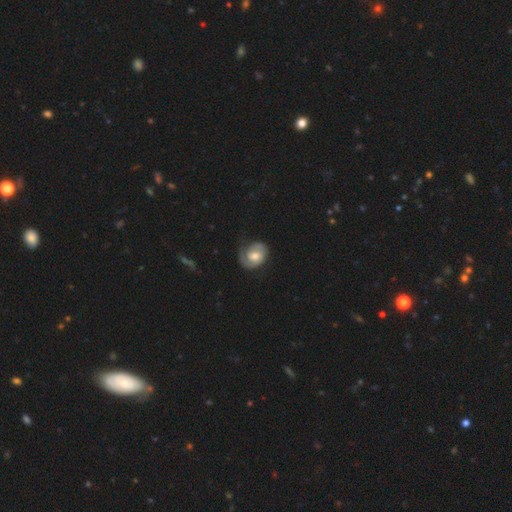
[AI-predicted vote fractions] Smooth or featured?
  - featured or disk: 68% *
  - smooth: 26%
  - star or artifact: 6%
Edge-on disk?
  - no: 97% *
  - yes: 3%
Bar?
  - no: 63% *
  - weak: 31%
  - strong: 6%
Spiral arms?
  - yes: 89% *
  - no: 11%
Spiral winding?
  - tight: 54% *
  - medium: 32%
  - loose: 14%
Spiral arm count?
  - 2: 54% *
  - 1: 32%
  - can't tell: 11%
  - 3: 2%
  - 4: 1%
  - more than 4: 1%
Bulge size?
  - moderate: 63% *
  - small: 17%
  - large: 16%
  - none: 2%
  - dominant: 2%
Merging?
  - none: 65% *
  - minor disturbance: 22%
  - major disturbance: 12%
  - merger: 1%